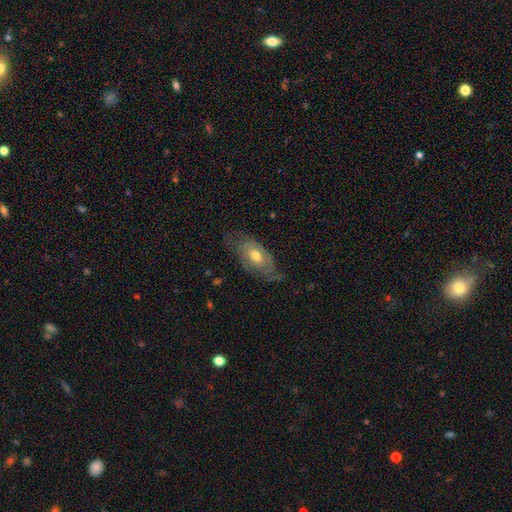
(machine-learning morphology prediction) Smooth or featured? Predicted: featured or disk (p=0.61). Edge-on disk? Predicted: no (p=0.88). Bar? Predicted: no (p=0.74). Spiral arms? Predicted: yes (p=0.66). Bulge size? Predicted: moderate (p=0.74). Merging? Predicted: none (p=0.58).